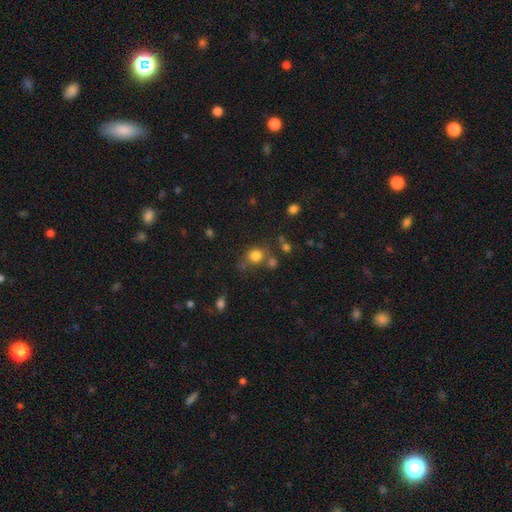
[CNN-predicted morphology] smooth_or_featured: smooth (p=0.79) [alt: star or artifact p=0.14]
how_rounded: round (p=0.79) [alt: in between p=0.20]
merging: none (p=0.64) [alt: merger p=0.17]